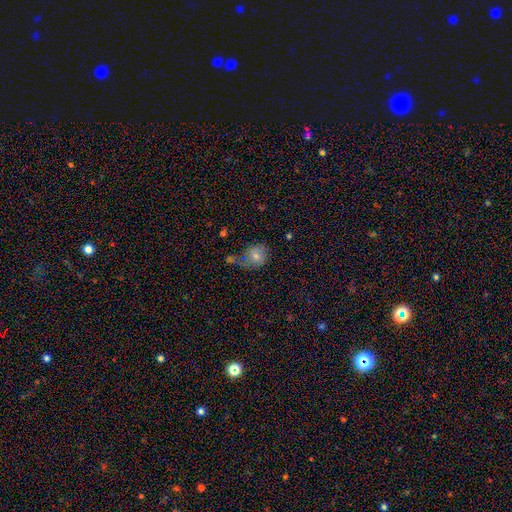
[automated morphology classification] smooth 67%, featured or disk 23%, star or artifact 10%. Down the decision tree: how rounded — round (73%); merging — none (38%).